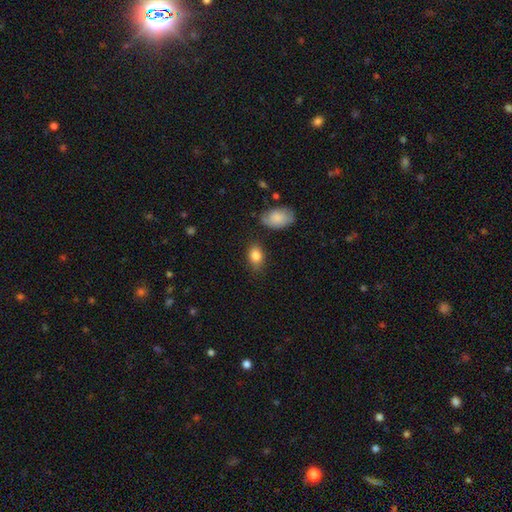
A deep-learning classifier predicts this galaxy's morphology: This is clearly a smooth galaxy (84%). How rounded: clearly in between (81%). Merging: likely none (74%).